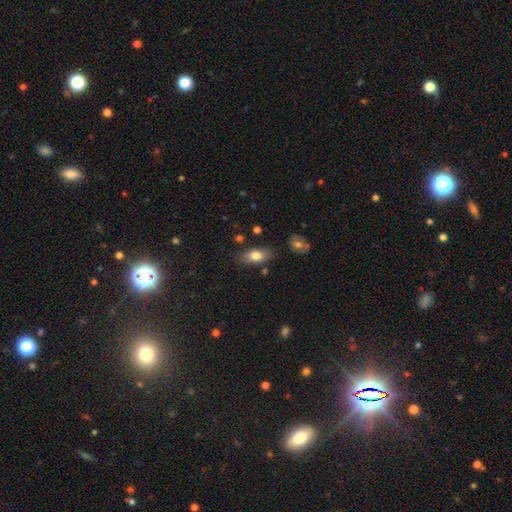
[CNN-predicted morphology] This appears to be a smooth galaxy with no disk features (78%) that is in between round and cigar-shaped (87%). Merging: none (79%).